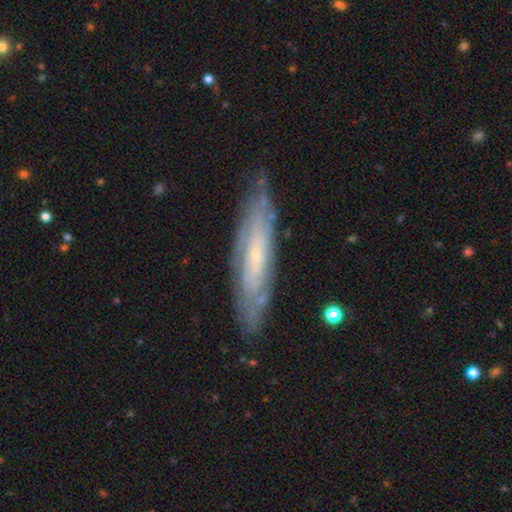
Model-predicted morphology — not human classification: smooth-or-featured: featured or disk: 70% | smooth: 23% | star or artifact: 7%
  disk-edge-on: no: 59% | yes: 41%
  merging: none: 79% | minor disturbance: 16% | major disturbance: 4% | merger: 2%